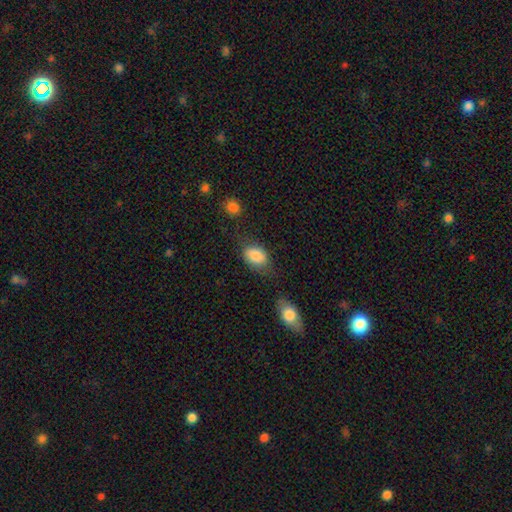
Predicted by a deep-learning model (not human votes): Smooth or featured: smooth — 82% (featured or disk — 10%)
How rounded: in between — 80% (round — 18%)
Merging: none — 56% (minor disturbance — 24%)